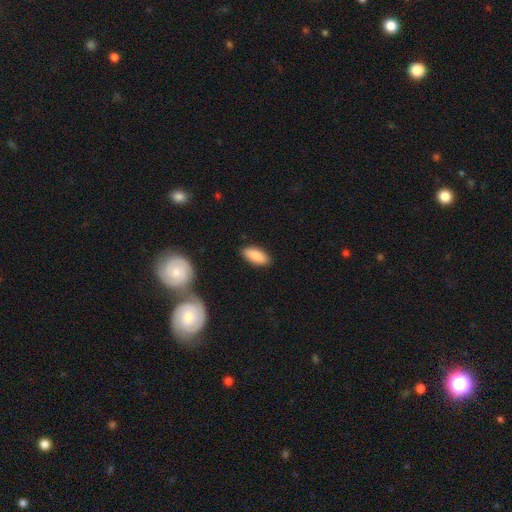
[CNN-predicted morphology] This is clearly a smooth galaxy (87%). How rounded: clearly in between (88%). Merging: clearly none (86%).